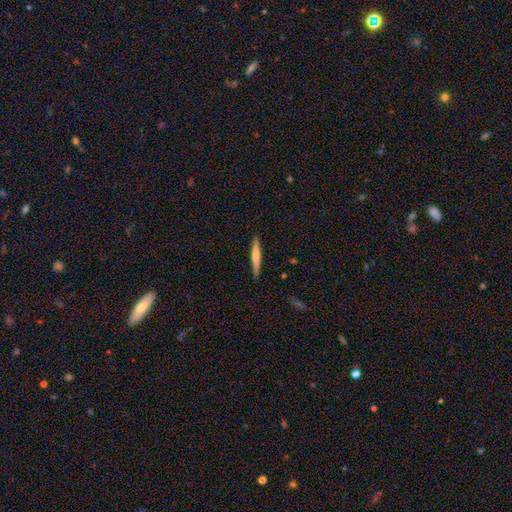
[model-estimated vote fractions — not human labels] Smooth or featured: smooth — 59% (featured or disk — 36%)
How rounded: cigar-shaped — 96% (in between — 3%)
Merging: none — 89% (minor disturbance — 9%)